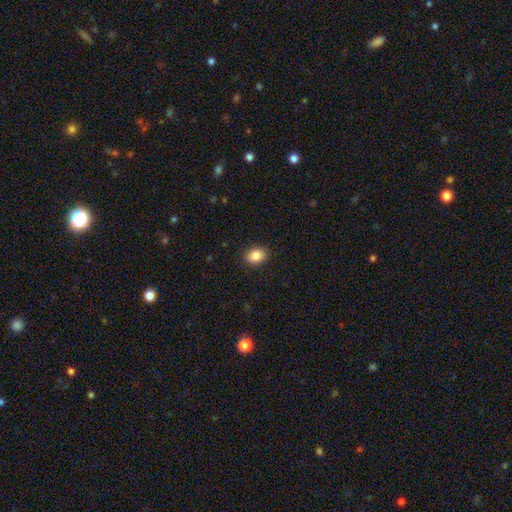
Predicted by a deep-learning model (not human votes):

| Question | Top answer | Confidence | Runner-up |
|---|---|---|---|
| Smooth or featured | smooth | 86% | star or artifact (9%) |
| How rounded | in between | 63% | round (36%) |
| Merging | none | 90% | minor disturbance (7%) |